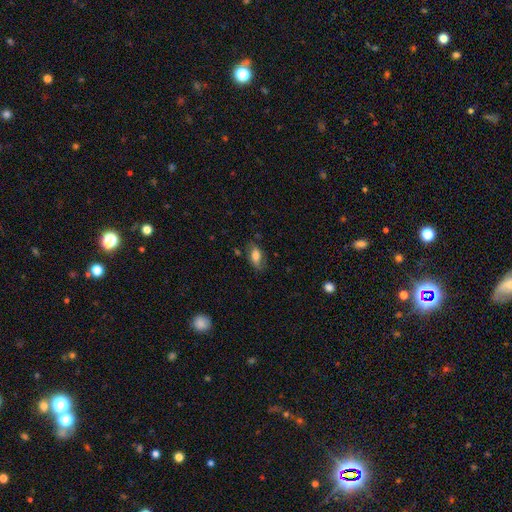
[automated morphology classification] Overall: smooth (64%; featured or disk 28%). How rounded: in between (87%). Merging: none (66%).